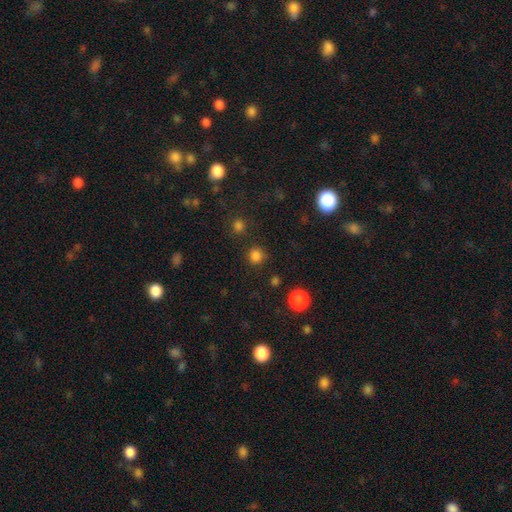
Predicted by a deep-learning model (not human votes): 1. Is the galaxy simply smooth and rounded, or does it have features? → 80% smooth, 16% star or artifact, 3% featured or disk.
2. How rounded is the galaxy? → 91% round, 8% in between, 1% cigar-shaped.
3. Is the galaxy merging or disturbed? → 86% none, 8% minor disturbance, 3% major disturbance, 3% merger.